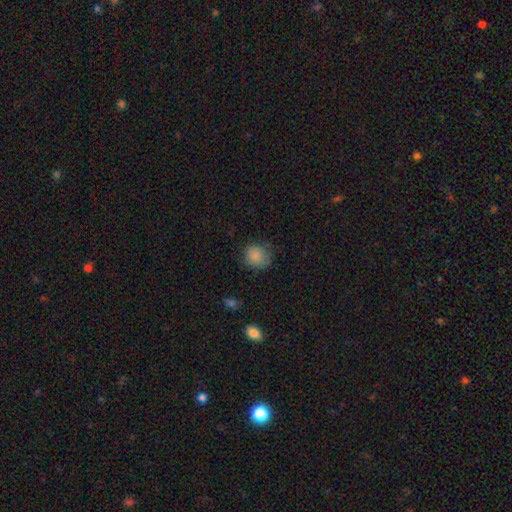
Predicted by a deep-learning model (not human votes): A smooth galaxy with no disk features (85%) that is round (79%).

Vote fractions:
- Smooth or featured? smooth: 85% / star or artifact: 9% / featured or disk: 6%
- How rounded? round: 79% / in between: 20% / cigar-shaped: 1%
- Merging? none: 69% / minor disturbance: 23% / major disturbance: 6% / merger: 1%